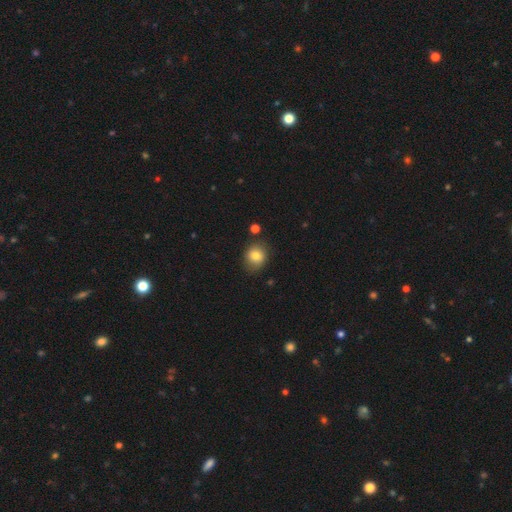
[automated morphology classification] smooth 80%, featured or disk 10%, star or artifact 10%. Down the decision tree: how rounded — round (70%); merging — none (77%).